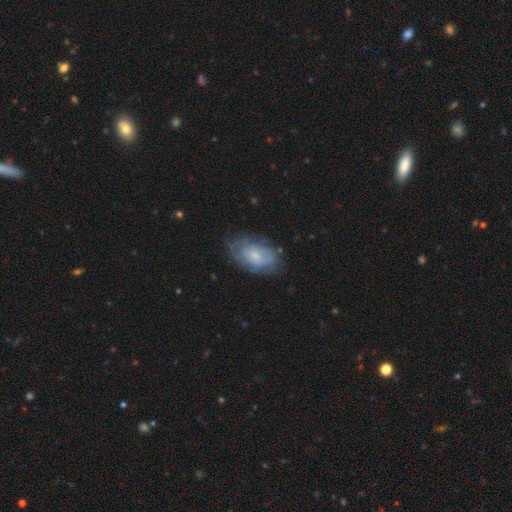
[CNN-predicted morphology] Q: Smooth or featured?
A: smooth (48%); runner-up: featured or disk (44%)
Q: Merging?
A: none (63%); runner-up: minor disturbance (25%)